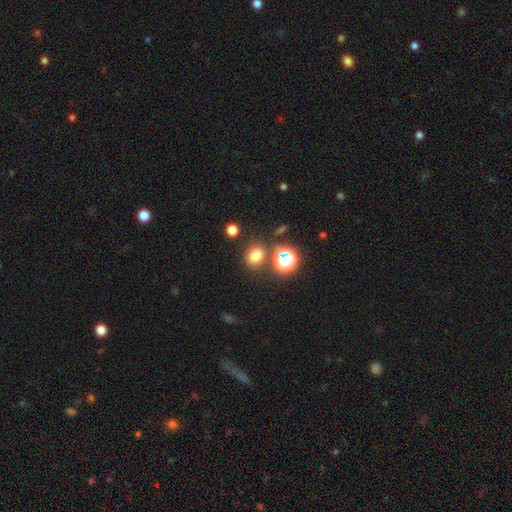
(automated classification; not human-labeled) smooth-or-featured: smooth: 73% | star or artifact: 20% | featured or disk: 7%
  how-rounded: round: 56% | in between: 43% | cigar-shaped: 1%
  merging: none: 78% | minor disturbance: 10% | merger: 9% | major disturbance: 4%